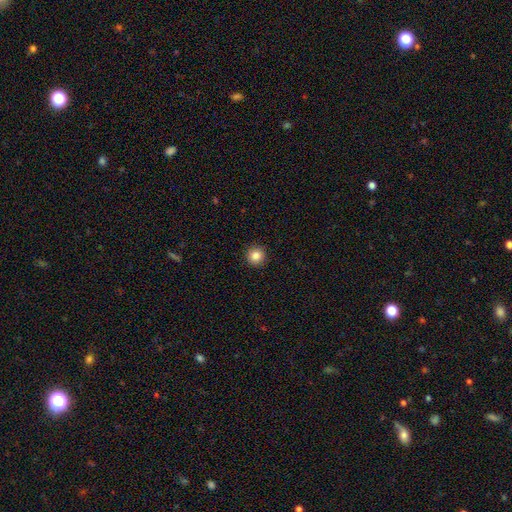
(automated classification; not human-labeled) Overall: smooth (84%). How rounded: round (95%). Merging: none (93%).